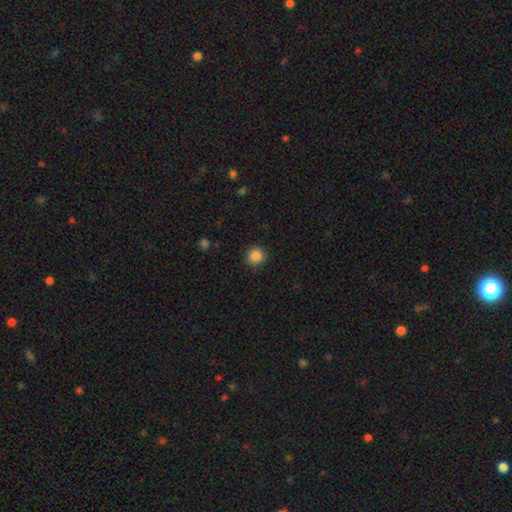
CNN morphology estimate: smooth_or_featured: smooth (p=0.87) [alt: star or artifact p=0.10]
how_rounded: round (p=0.92) [alt: in between p=0.07]
merging: none (p=0.89) [alt: minor disturbance p=0.07]